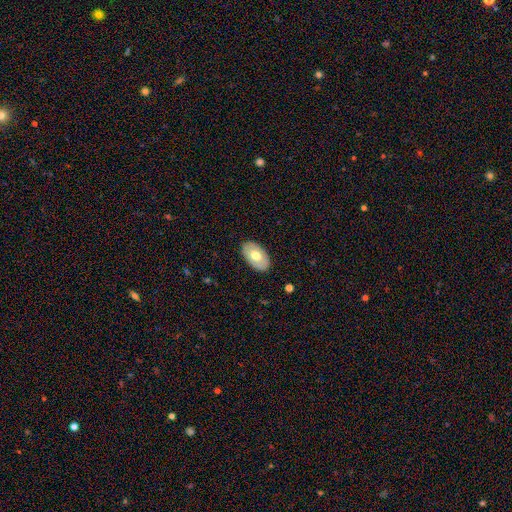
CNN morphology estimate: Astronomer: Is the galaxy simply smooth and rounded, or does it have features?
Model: smooth — 62%.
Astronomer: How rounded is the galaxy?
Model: in between — 93%.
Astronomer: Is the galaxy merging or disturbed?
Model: none — 87%.